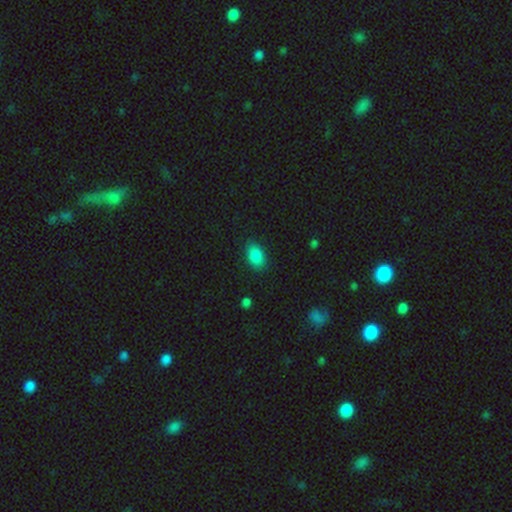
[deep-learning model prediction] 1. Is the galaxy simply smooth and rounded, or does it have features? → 86% smooth, 9% star or artifact, 5% featured or disk.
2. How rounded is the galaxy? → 86% in between, 12% round, 2% cigar-shaped.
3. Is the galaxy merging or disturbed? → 85% none, 11% minor disturbance, 3% major disturbance, 1% merger.